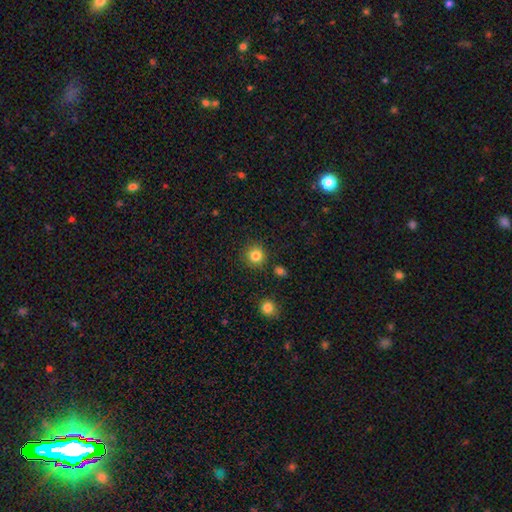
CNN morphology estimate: Smooth or featured? Predicted: smooth (p=0.83). How rounded? Predicted: round (p=0.93). Merging? Predicted: none (p=0.88).